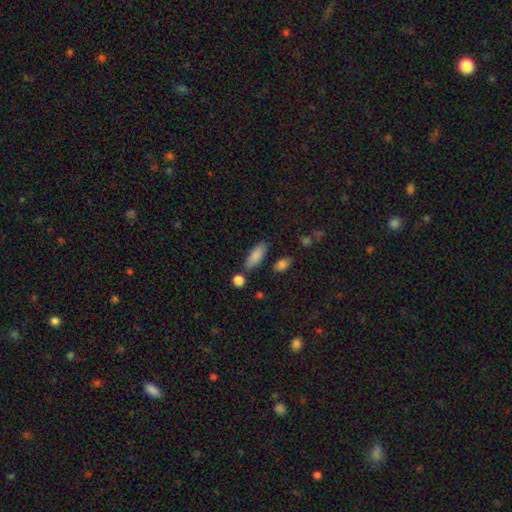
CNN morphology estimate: Q: Smooth or featured?
A: smooth (86%); runner-up: featured or disk (7%)
Q: How rounded?
A: in between (72%); runner-up: cigar-shaped (25%)
Q: Merging?
A: none (78%); runner-up: minor disturbance (13%)